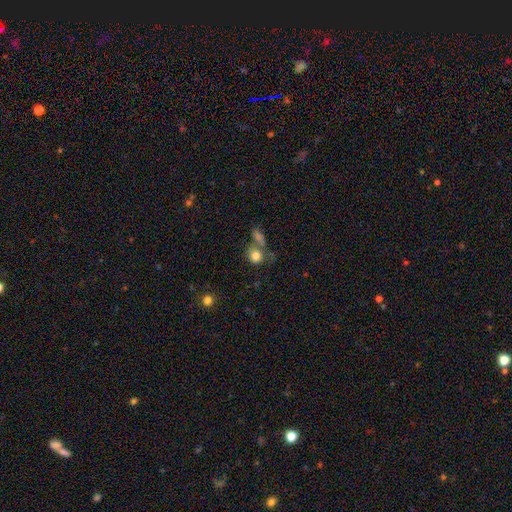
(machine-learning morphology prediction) Smooth or featured: smooth — 79% (star or artifact — 11%)
How rounded: round — 74% (in between — 24%)
Merging: none — 43% (merger — 36%)